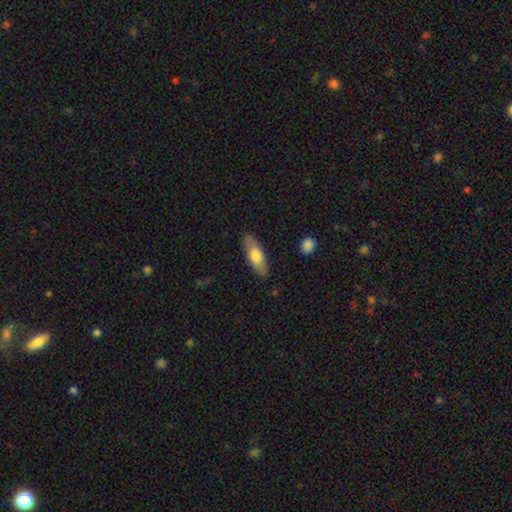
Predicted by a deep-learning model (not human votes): Smooth or featured: smooth — 68% (featured or disk — 26%)
How rounded: in between — 63% (cigar-shaped — 34%)
Merging: none — 84% (minor disturbance — 12%)